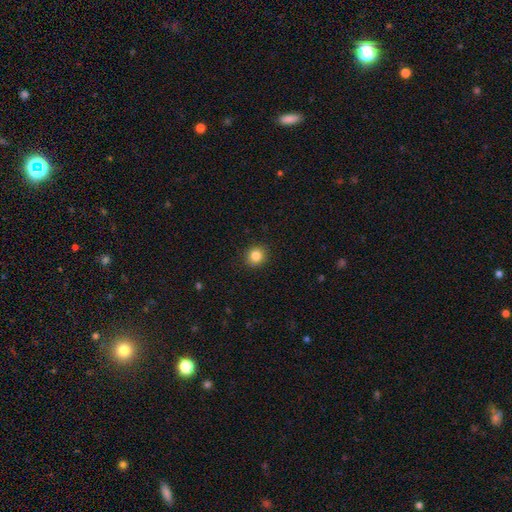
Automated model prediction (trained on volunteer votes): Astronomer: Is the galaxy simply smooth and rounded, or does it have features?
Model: smooth — 85%.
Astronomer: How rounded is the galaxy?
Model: round — 90%.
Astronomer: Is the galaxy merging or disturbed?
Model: none — 91%.